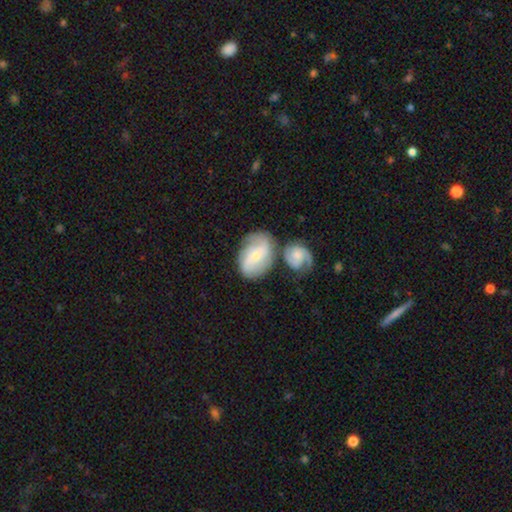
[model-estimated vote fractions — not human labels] smooth-or-featured: featured or disk: 60% | smooth: 34% | star or artifact: 6%
  disk-edge-on: no: 96% | yes: 4%
    bar: no: 57% | weak: 33% | strong: 9%
    has-spiral-arms: yes: 87% | no: 13%
      spiral-winding: medium: 42% | tight: 34% | loose: 24%
      spiral-arm-count: 2: 59% | can't tell: 21% | 3: 10% | 1: 5% | 4: 3% | more than 4: 2%
    bulge-size: small: 67% | moderate: 27% | none: 3% | large: 2% | dominant: 1%
  merging: none: 47% | merger: 30% | minor disturbance: 17% | major disturbance: 7%